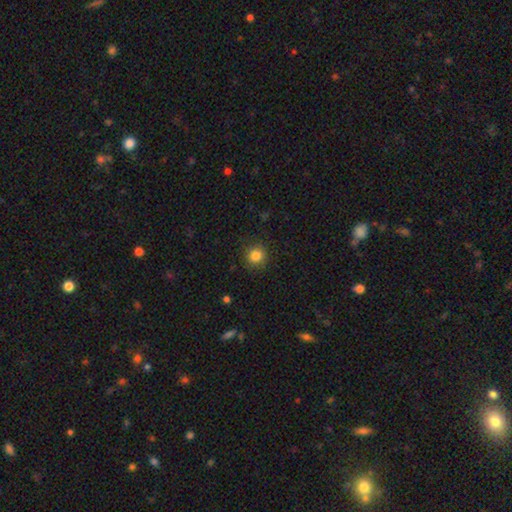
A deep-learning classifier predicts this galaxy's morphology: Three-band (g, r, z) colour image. It shows a smooth galaxy with no disk features (85%) that is round (92%). Merging: none (89%).